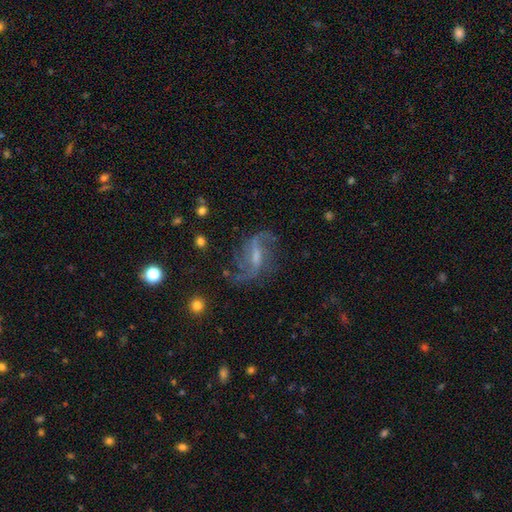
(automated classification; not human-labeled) Morphology: type=featured or disk (80%); edge-on=no (94%); bar=weak (50%); spiral arms=yes (93%); winding=loose (68%); arm count=2 (72%); bulge=small (39%); merging=none (62%).